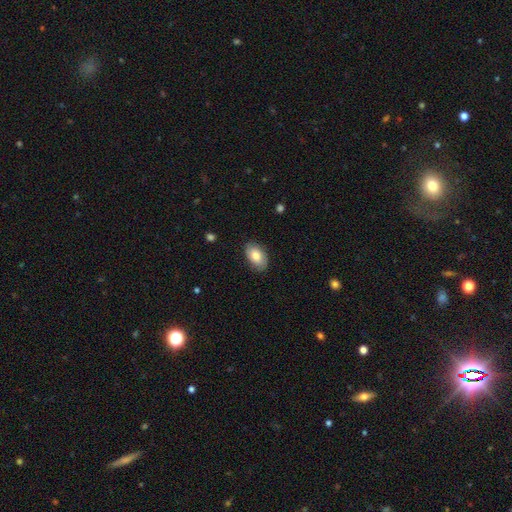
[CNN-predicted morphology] smooth-or-featured: smooth: 74% | featured or disk: 19% | star or artifact: 7%
  how-rounded: in between: 92% | round: 7% | cigar-shaped: 1%
  merging: none: 82% | minor disturbance: 14% | major disturbance: 3% | merger: 1%